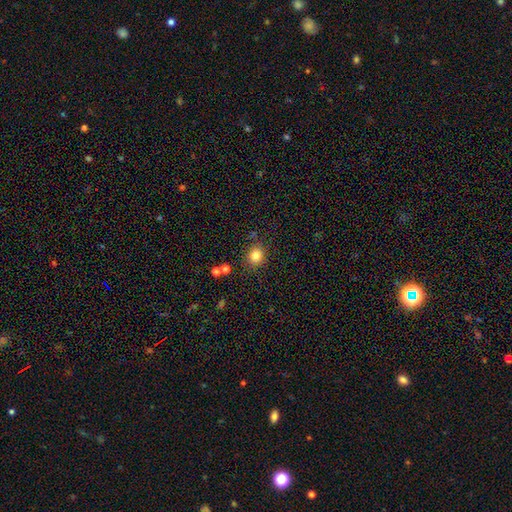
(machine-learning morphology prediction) type=smooth (83%); roundness=round (78%); merging=none (82%).